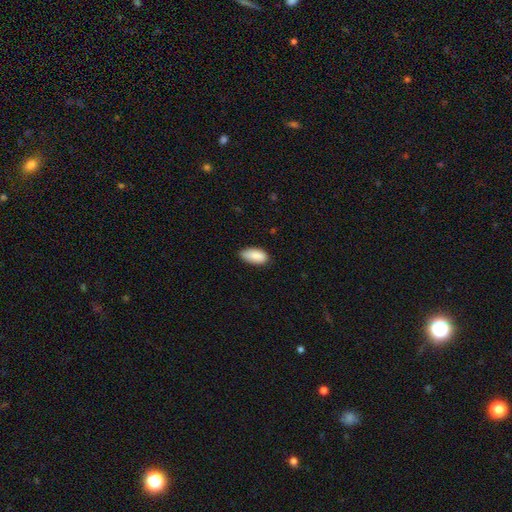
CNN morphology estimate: smooth_or_featured: smooth (p=0.89) [alt: star or artifact p=0.07]
how_rounded: in between (p=0.92) [alt: cigar-shaped p=0.05]
merging: none (p=0.74) [alt: minor disturbance p=0.22]